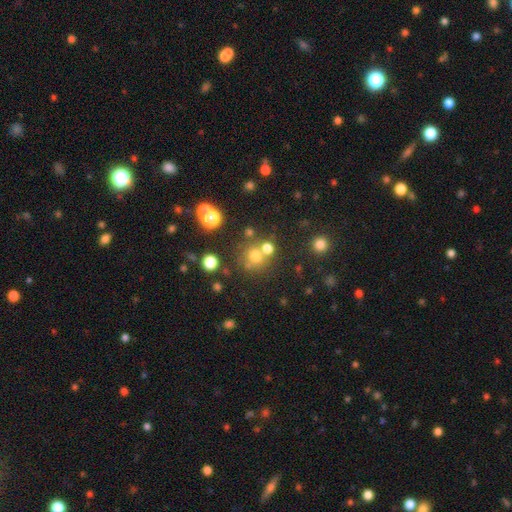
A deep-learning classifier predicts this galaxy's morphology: This is likely a smooth galaxy (67%). How rounded: clearly round (89%). Merging: likely none (64%).